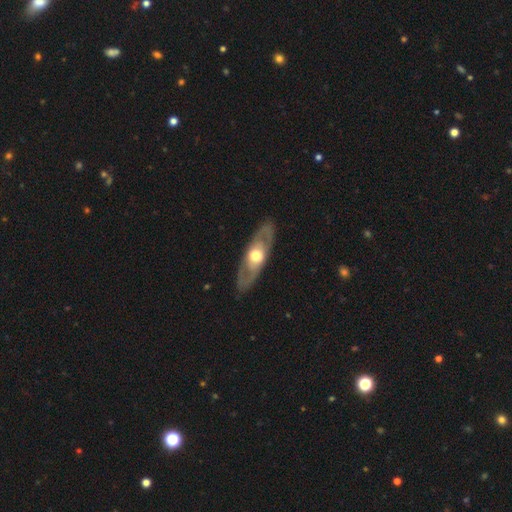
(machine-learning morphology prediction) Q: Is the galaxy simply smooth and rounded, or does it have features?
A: featured or disk — 64%.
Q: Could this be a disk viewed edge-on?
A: no — 74%.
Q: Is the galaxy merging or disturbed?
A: none — 86%.